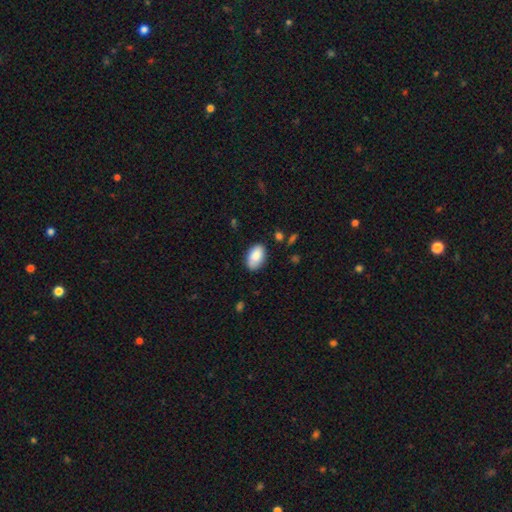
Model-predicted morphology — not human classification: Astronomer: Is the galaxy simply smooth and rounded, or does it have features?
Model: smooth — 86%.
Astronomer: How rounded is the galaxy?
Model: in between — 93%.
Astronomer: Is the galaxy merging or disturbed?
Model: none — 82%.